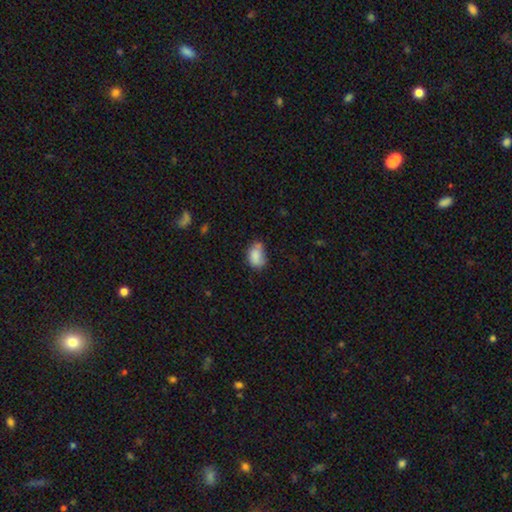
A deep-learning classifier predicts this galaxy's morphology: smooth 80%, featured or disk 11%, star or artifact 9%. Down the decision tree: how rounded — in between (79%); merging — none (44%).